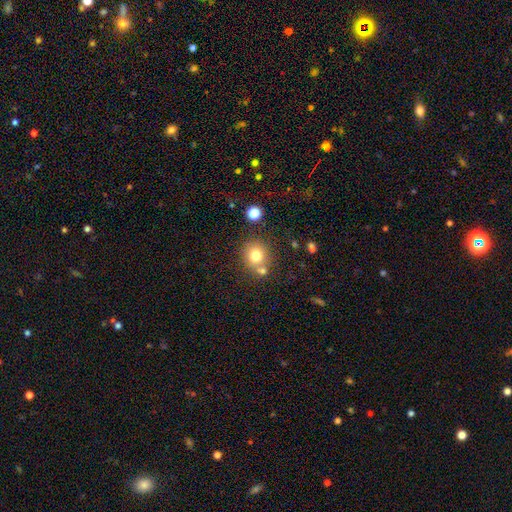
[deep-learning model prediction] smooth-or-featured: smooth: 77% | star or artifact: 12% | featured or disk: 11%
  how-rounded: round: 85% | in between: 14% | cigar-shaped: 1%
  merging: none: 67% | merger: 18% | minor disturbance: 11% | major disturbance: 4%